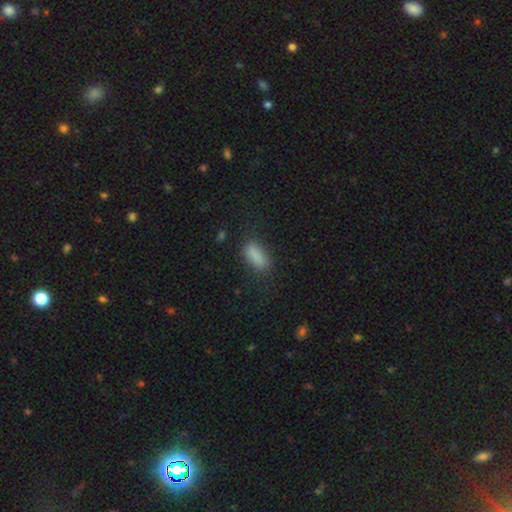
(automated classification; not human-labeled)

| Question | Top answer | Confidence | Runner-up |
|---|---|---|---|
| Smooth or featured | smooth | 86% | star or artifact (9%) |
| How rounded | in between | 81% | cigar-shaped (16%) |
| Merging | none | 76% | minor disturbance (16%) |